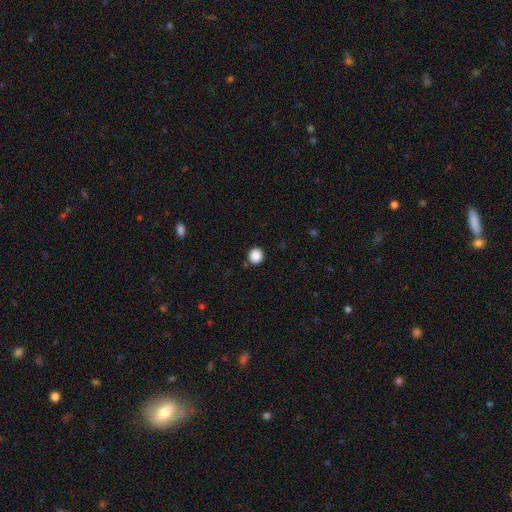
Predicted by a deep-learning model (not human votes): Smooth or featured? smooth (88%)
How rounded? round (90%)
Merging? none (90%)